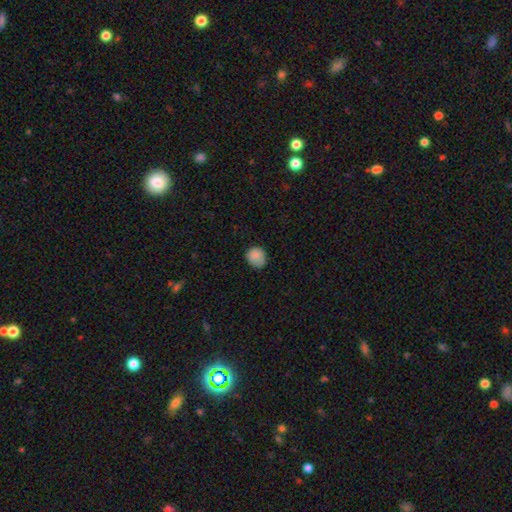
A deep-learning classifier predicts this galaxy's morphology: Overall: smooth (86%). How rounded: round (82%). Merging: none (72%).